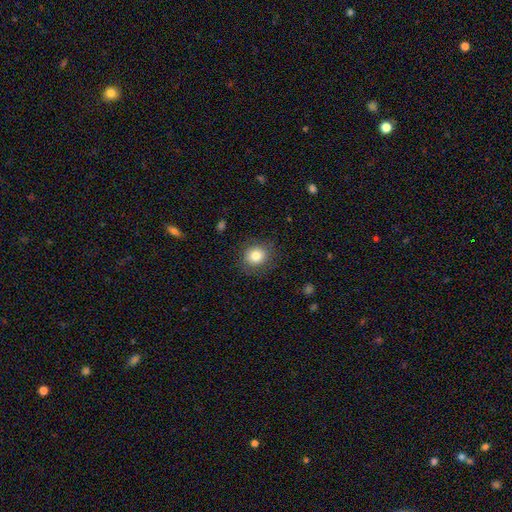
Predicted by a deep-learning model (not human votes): Smooth or featured? smooth (81%)
How rounded? round (80%)
Merging? none (84%)